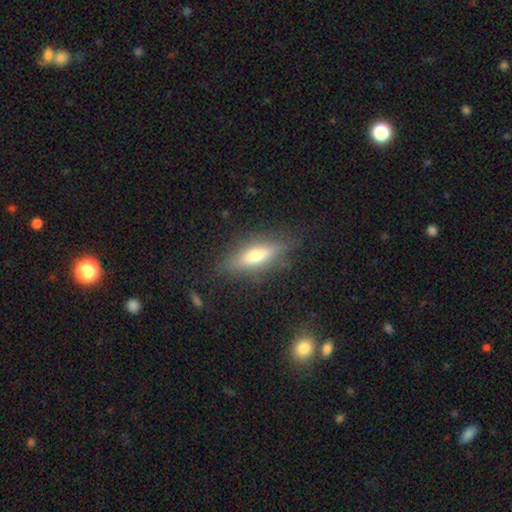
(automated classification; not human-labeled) Smooth or featured?
  - featured or disk: 47% *
  - smooth: 45%
  - star or artifact: 8%
Merging?
  - none: 81% *
  - minor disturbance: 13%
  - major disturbance: 4%
  - merger: 1%